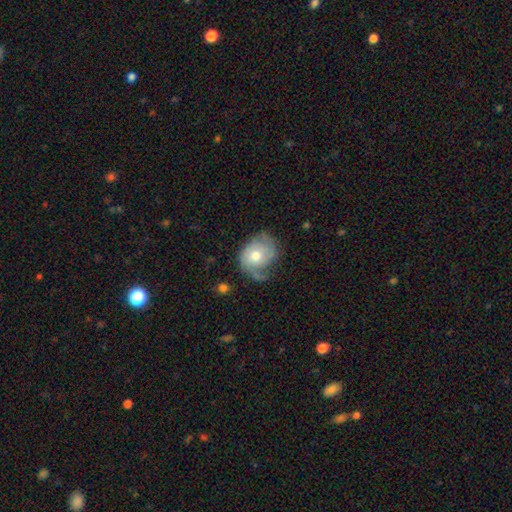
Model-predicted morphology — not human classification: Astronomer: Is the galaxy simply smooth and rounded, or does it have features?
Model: featured or disk — 50% (runner-up: smooth, 43%).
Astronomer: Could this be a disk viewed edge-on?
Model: no — 96%.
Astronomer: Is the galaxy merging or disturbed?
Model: none — 45% (runner-up: minor disturbance, 31%).